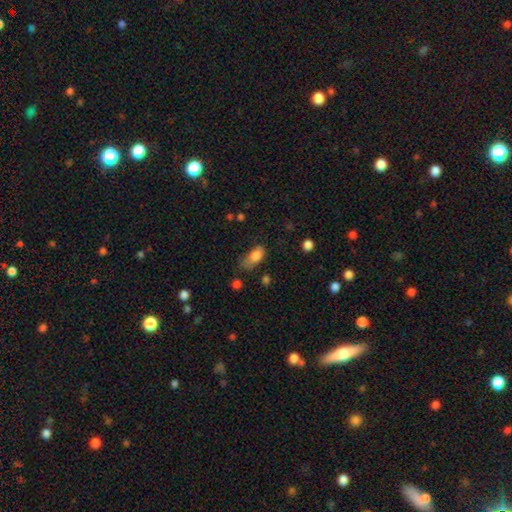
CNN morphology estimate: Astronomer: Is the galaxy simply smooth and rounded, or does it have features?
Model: smooth — 82%.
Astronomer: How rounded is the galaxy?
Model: in between — 85%.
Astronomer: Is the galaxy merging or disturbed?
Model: minor disturbance — 40% (runner-up: none, 36%).